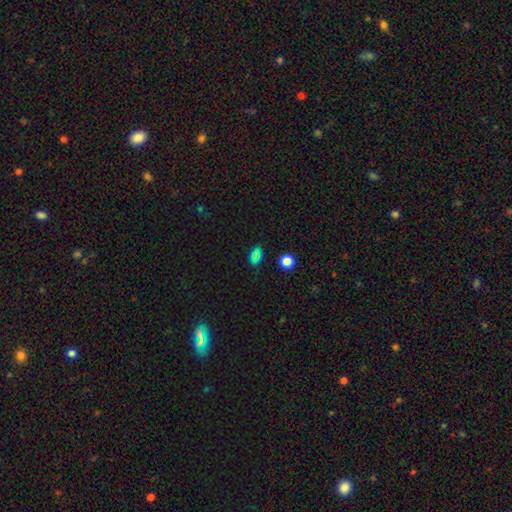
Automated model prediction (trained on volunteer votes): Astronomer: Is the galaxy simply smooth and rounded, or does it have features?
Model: smooth — 55% (runner-up: star or artifact, 36%).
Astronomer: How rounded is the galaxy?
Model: in between — 62%.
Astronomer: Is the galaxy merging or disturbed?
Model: none — 84%.